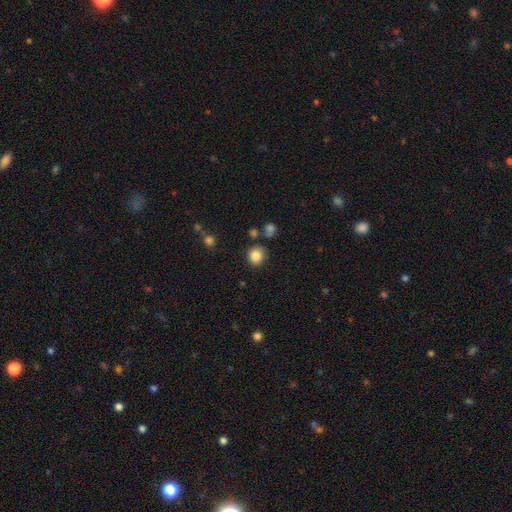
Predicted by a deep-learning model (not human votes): Morphology: type=smooth (85%); roundness=round (90%); merging=none (83%).